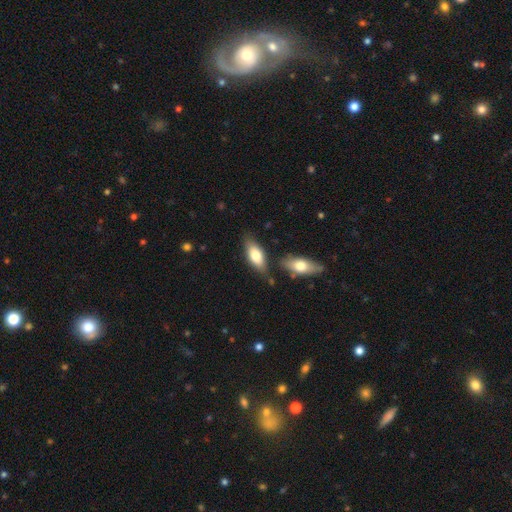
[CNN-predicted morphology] This appears to be a smooth galaxy with no disk features (75%) that is in between round and cigar-shaped (82%). Merging: none (72%).